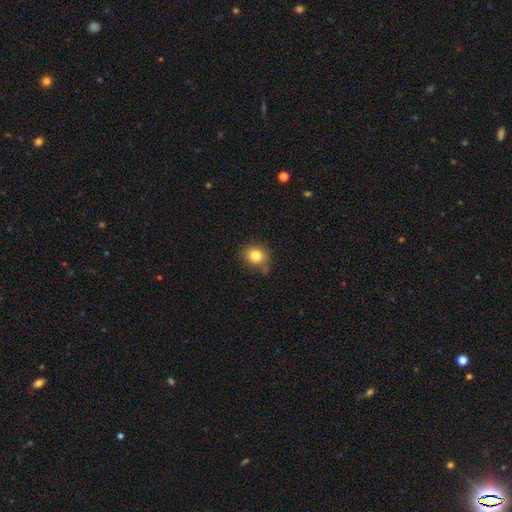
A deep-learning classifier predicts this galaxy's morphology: Smooth or featured: smooth — 83% (star or artifact — 10%)
How rounded: round — 71% (in between — 28%)
Merging: none — 68% (minor disturbance — 20%)